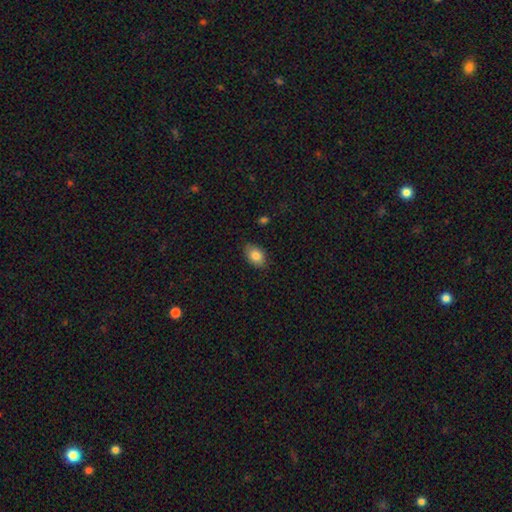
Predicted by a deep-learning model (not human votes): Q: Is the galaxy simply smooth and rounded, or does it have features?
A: smooth — 85%.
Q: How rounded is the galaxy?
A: in between — 86%.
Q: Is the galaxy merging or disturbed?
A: none — 84%.